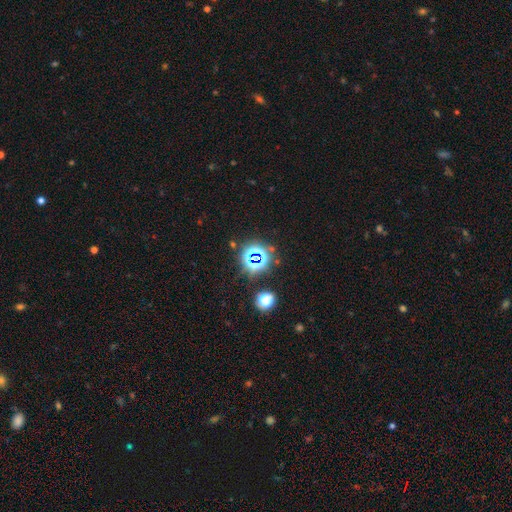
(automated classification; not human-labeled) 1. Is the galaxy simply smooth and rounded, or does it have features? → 74% star or artifact, 18% smooth, 9% featured or disk.